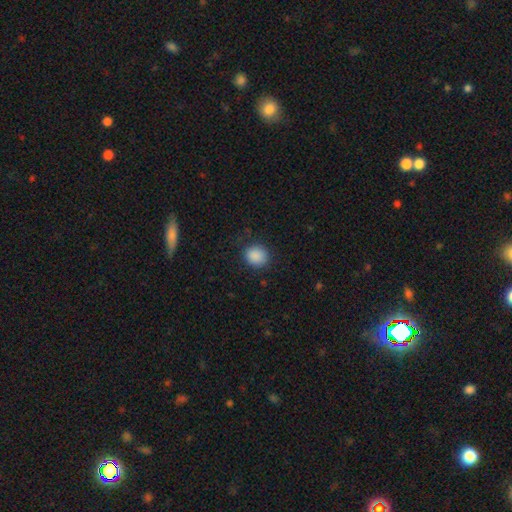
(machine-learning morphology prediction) smooth_or_featured: smooth (p=0.88) [alt: star or artifact p=0.09]
how_rounded: round (p=0.81) [alt: in between p=0.18]
merging: none (p=0.83) [alt: minor disturbance p=0.12]